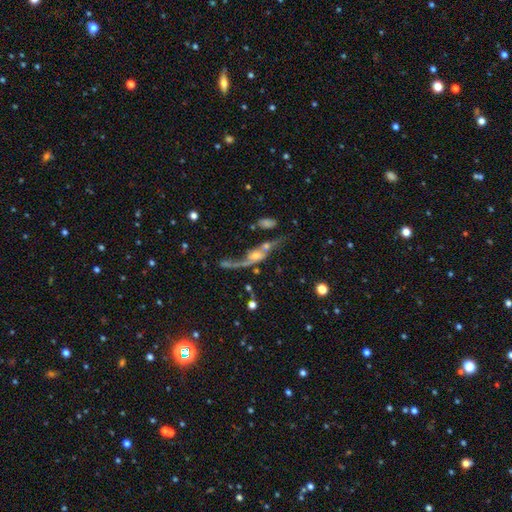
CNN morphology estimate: Smooth or featured?
  - featured or disk: 70% *
  - smooth: 19%
  - star or artifact: 11%
Edge-on disk?
  - no: 70% *
  - yes: 30%
Merging?
  - merger: 31% *
  - none: 30%
  - major disturbance: 25%
  - minor disturbance: 14%